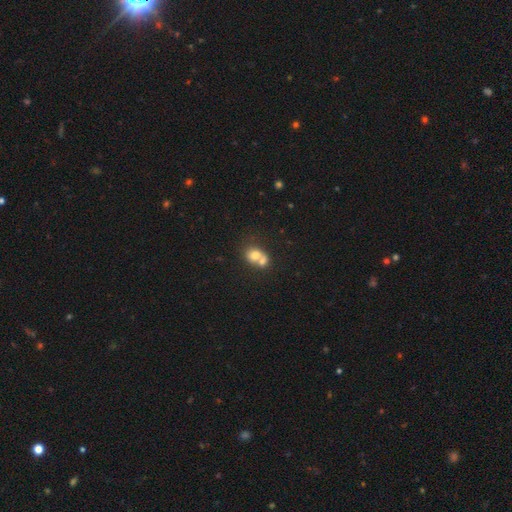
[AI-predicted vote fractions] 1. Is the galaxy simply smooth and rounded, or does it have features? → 70% smooth, 20% featured or disk, 10% star or artifact.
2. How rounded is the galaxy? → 55% round, 44% in between, 1% cigar-shaped.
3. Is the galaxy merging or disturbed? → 66% merger, 22% none, 7% minor disturbance, 4% major disturbance.